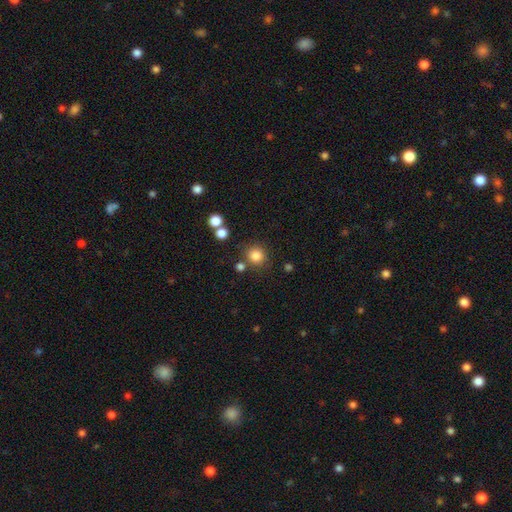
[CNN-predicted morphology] smooth-or-featured: smooth: 83% | star or artifact: 12% | featured or disk: 5%
  how-rounded: round: 90% | in between: 9% | cigar-shaped: 1%
  merging: none: 78% | minor disturbance: 10% | merger: 8% | major disturbance: 4%